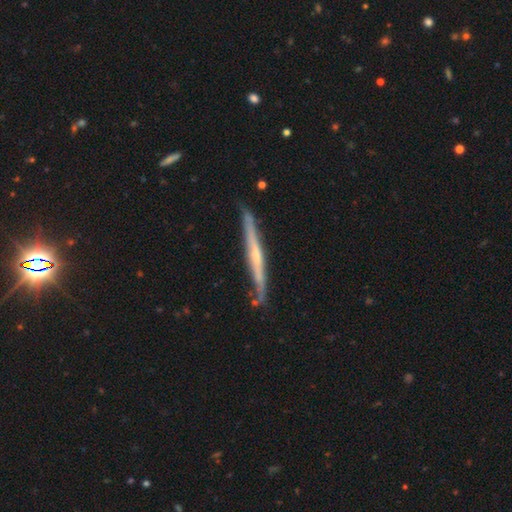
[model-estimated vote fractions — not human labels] Overall: featured or disk (74%). Edge-on disk: yes (95%). Edge-on bulge: none (49%; rounded 43%). Merging: none (78%).